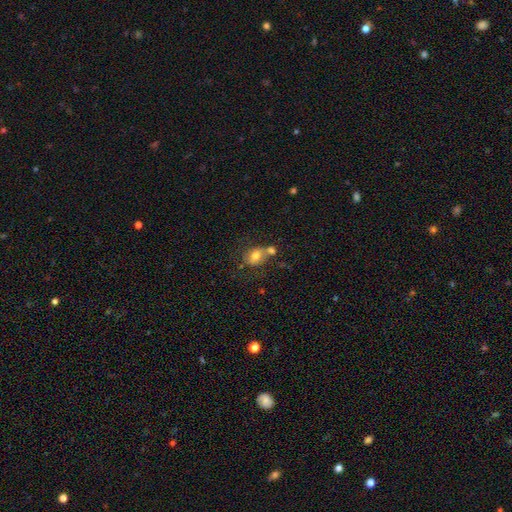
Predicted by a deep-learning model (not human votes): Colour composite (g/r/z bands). It shows a smooth galaxy with no disk features (72%) that is in between round and cigar-shaped (56%). Merging: none (41%).